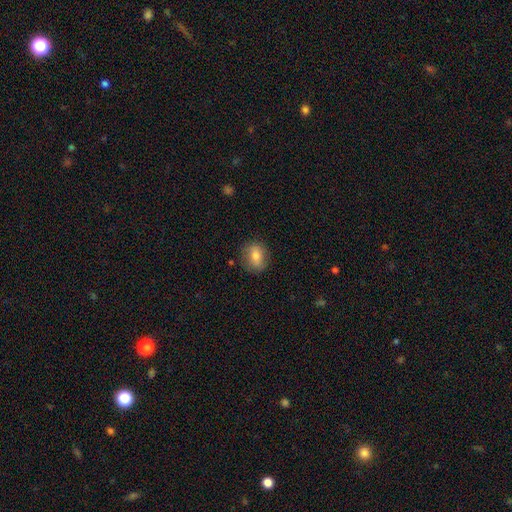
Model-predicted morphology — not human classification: smooth-or-featured: smooth: 78% | featured or disk: 13% | star or artifact: 9%
  how-rounded: round: 55% | in between: 44% | cigar-shaped: 1%
  merging: none: 82% | minor disturbance: 13% | major disturbance: 3% | merger: 1%